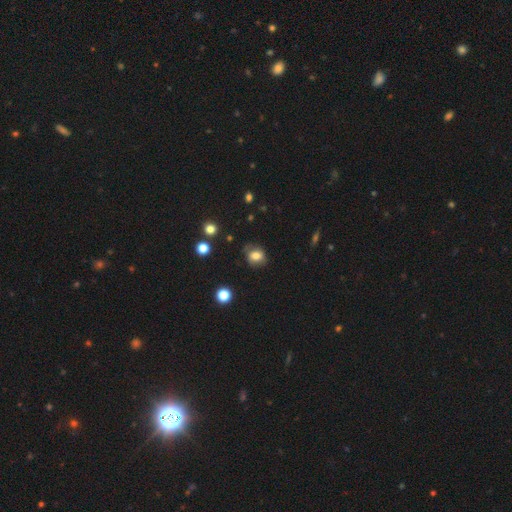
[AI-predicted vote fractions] Smooth or featured? Predicted: smooth (p=0.76). How rounded? Predicted: round (p=0.57). Merging? Predicted: none (p=0.68).